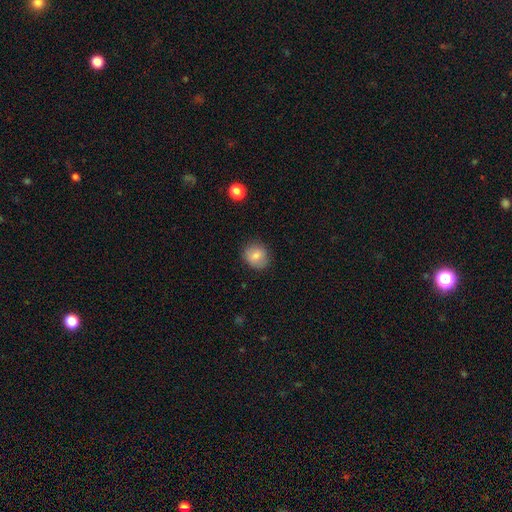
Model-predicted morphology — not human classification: A smooth galaxy with no disk features (79%) that is round (78%). Merging: none (85%).